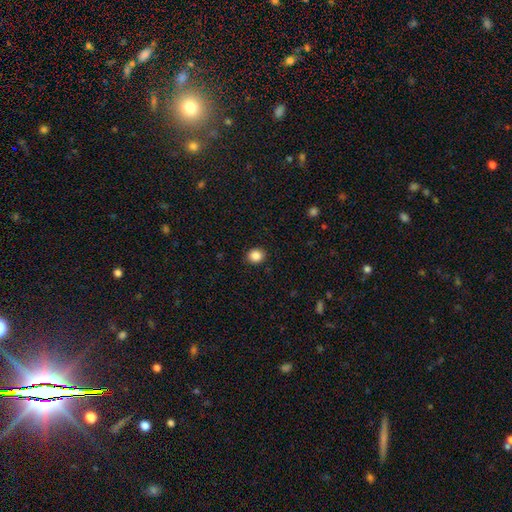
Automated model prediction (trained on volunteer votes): Smooth or featured? Predicted: smooth (p=0.87). How rounded? Predicted: round (p=0.81). Merging? Predicted: none (p=0.91).